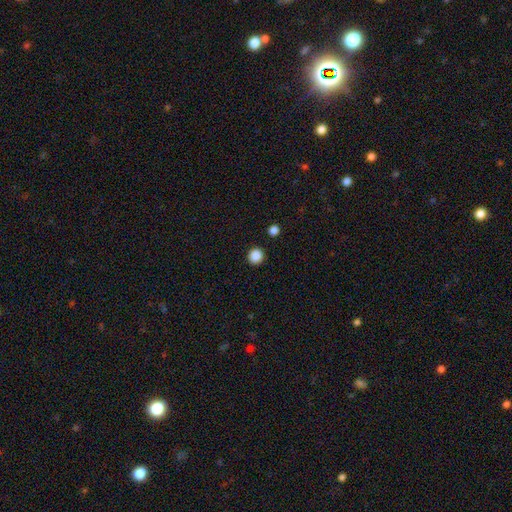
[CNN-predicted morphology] This appears to be a smooth galaxy with no disk features (87%) that is round (93%). Merging: none (92%).